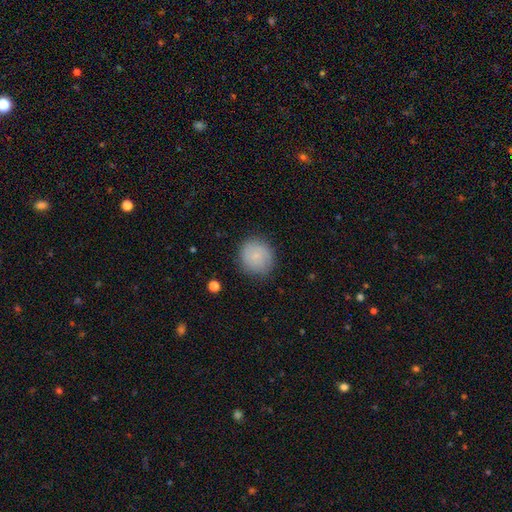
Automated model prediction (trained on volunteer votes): Q: Smooth or featured?
A: smooth (75%); runner-up: featured or disk (17%)
Q: How rounded?
A: round (91%); runner-up: in between (8%)
Q: Merging?
A: none (84%); runner-up: minor disturbance (12%)